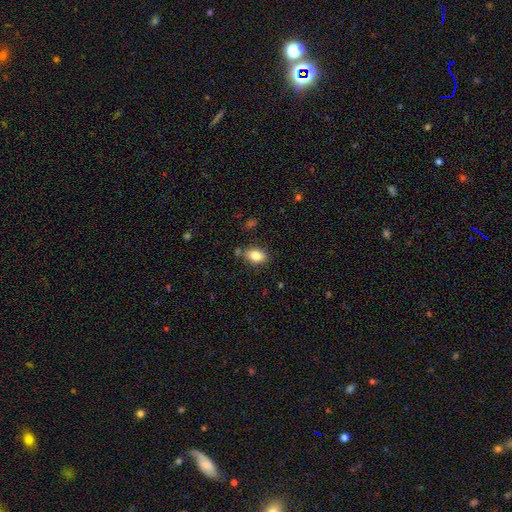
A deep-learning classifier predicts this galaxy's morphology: Overall: smooth (84%). How rounded: in between (87%). Merging: none (78%).